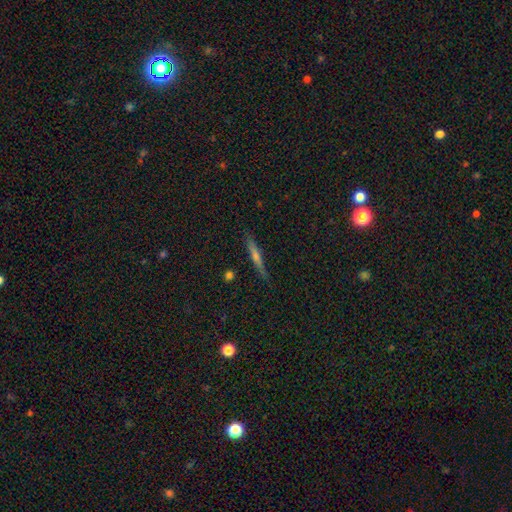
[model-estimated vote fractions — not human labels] This is possibly a featured or disk galaxy (58%). It is clearly viewed edge-on (97%). Edge-on bulge: likely rounded (65%). Merging: clearly none (87%).